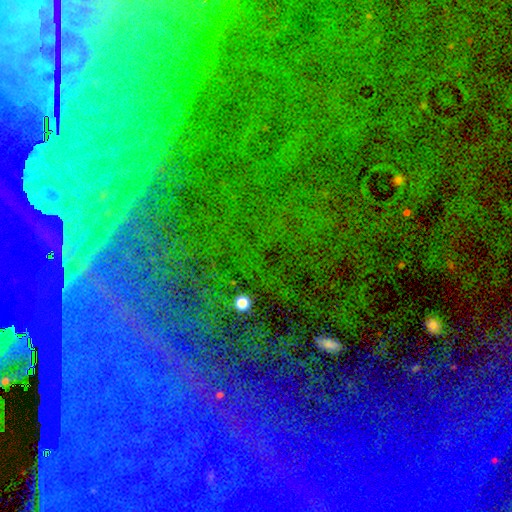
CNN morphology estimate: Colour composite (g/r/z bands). It shows a star or artifact, not a galaxy (72%).